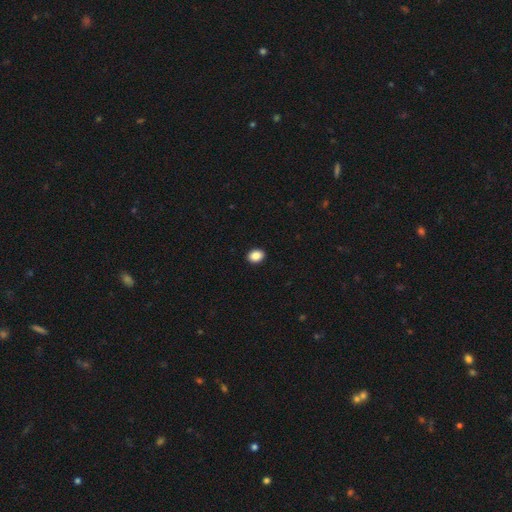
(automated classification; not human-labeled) Smooth or featured?
  - smooth: 89% *
  - star or artifact: 8%
  - featured or disk: 3%
How rounded?
  - in between: 58% *
  - round: 41%
  - cigar-shaped: 1%
Merging?
  - none: 92% *
  - minor disturbance: 6%
  - major disturbance: 2%
  - merger: 1%